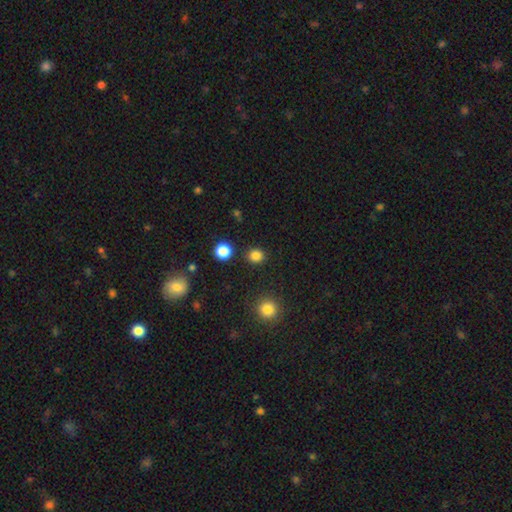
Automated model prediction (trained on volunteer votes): This is clearly a smooth galaxy (83%). How rounded: clearly round (84%). Merging: clearly none (89%).